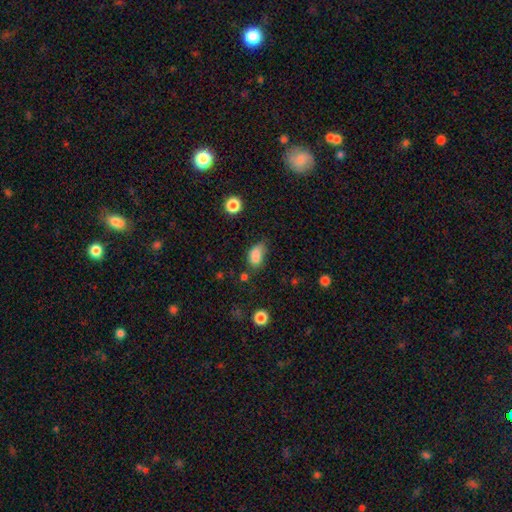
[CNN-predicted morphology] This appears to be a smooth galaxy with no disk features (81%) that is in between round and cigar-shaped (84%). Merging: none (42%).